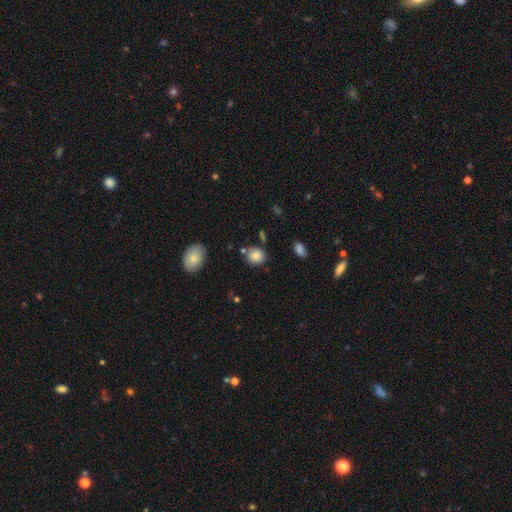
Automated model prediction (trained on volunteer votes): Overall: smooth (82%). How rounded: round (77%). Merging: none (76%).